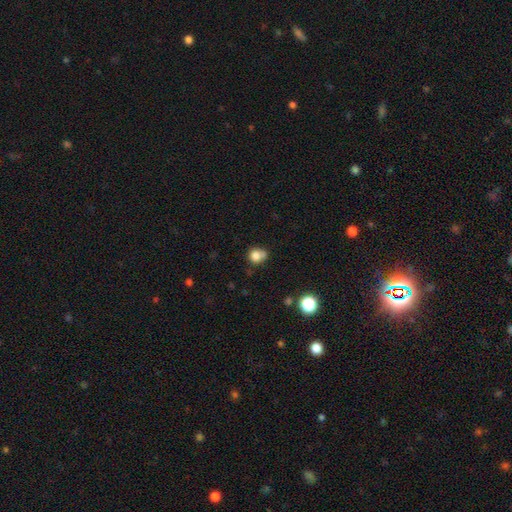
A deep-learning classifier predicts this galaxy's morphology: Q: Smooth or featured?
A: smooth (79%); runner-up: star or artifact (12%)
Q: How rounded?
A: round (77%); runner-up: in between (22%)
Q: Merging?
A: none (48%); runner-up: merger (25%)